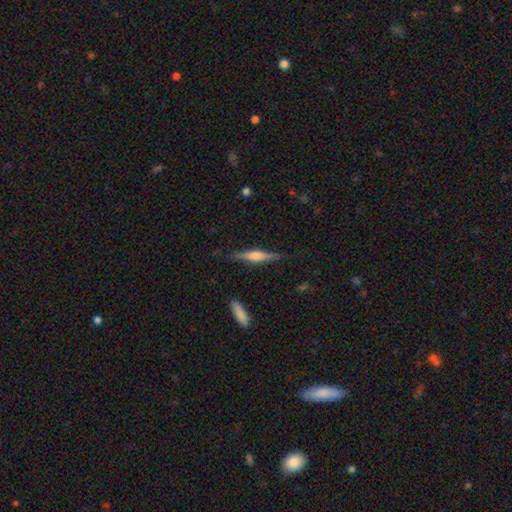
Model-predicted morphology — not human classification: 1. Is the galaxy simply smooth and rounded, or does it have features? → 70% featured or disk, 23% smooth, 6% star or artifact.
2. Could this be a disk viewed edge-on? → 98% yes, 2% no.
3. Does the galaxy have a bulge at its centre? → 79% rounded, 16% boxy, 5% none.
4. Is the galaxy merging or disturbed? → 86% none, 10% minor disturbance, 2% major disturbance, 1% merger.